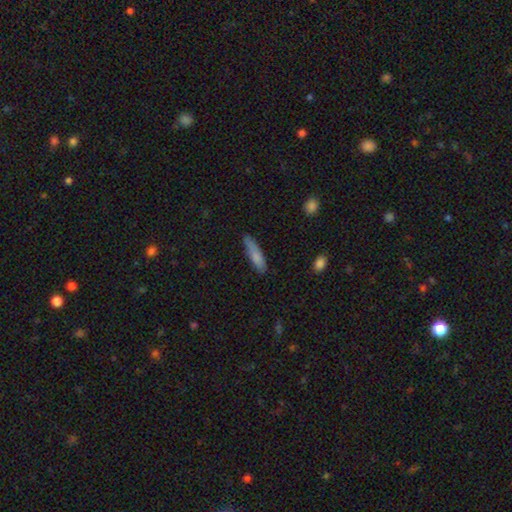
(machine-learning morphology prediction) type=smooth (80%); roundness=cigar-shaped (77%); merging=none (74%).